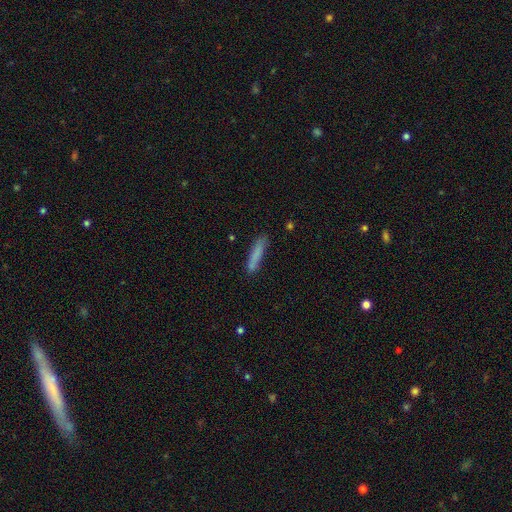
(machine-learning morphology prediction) This appears to be a smooth galaxy with no disk features (81%) that is cigar-shaped (91%). Merging: none (80%).